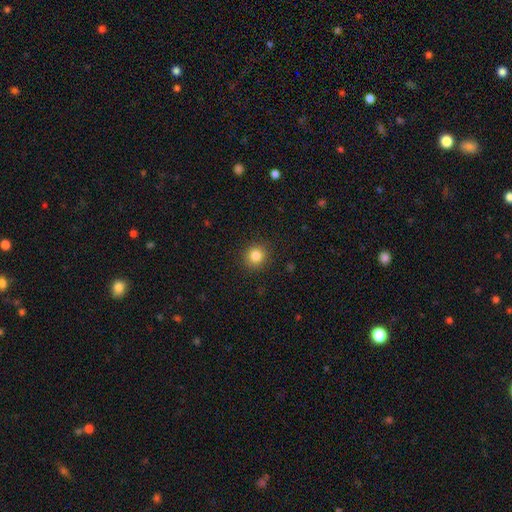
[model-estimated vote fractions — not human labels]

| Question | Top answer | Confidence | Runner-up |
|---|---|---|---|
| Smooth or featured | smooth | 84% | star or artifact (11%) |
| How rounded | round | 91% | in between (8%) |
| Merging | none | 91% | minor disturbance (6%) |